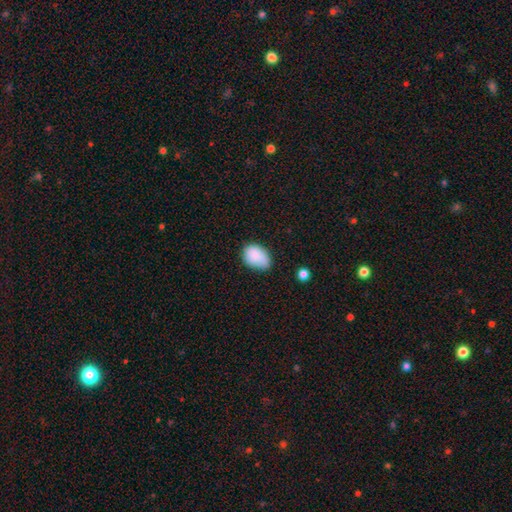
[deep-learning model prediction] smooth 86%, star or artifact 8%, featured or disk 6%. Down the decision tree: how rounded — in between (81%); merging — none (58%).